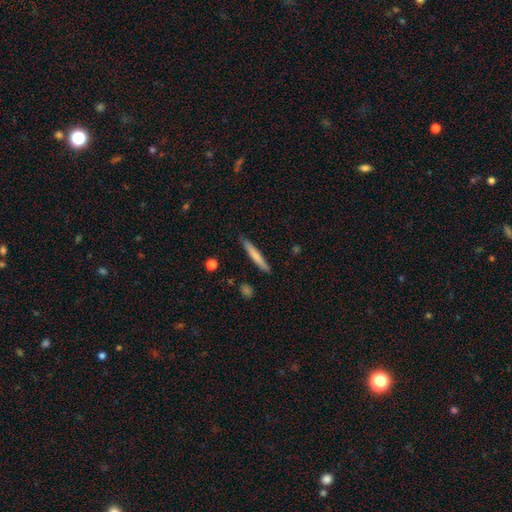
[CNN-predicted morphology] A smooth galaxy with no disk features (70%) that is cigar-shaped (95%). Merging: none (88%).